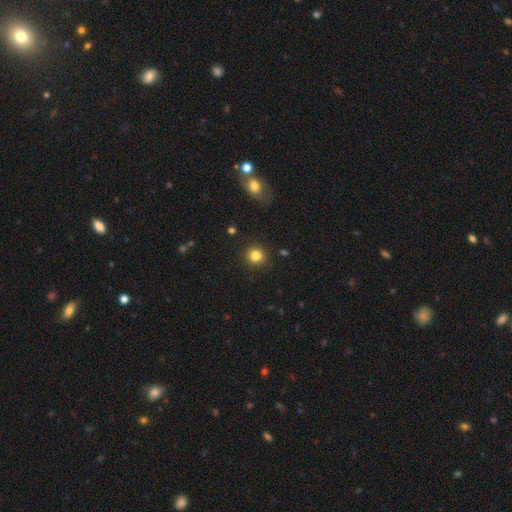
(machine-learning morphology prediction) Q: Smooth or featured?
A: smooth (83%); runner-up: star or artifact (12%)
Q: How rounded?
A: round (91%); runner-up: in between (8%)
Q: Merging?
A: none (90%); runner-up: minor disturbance (6%)